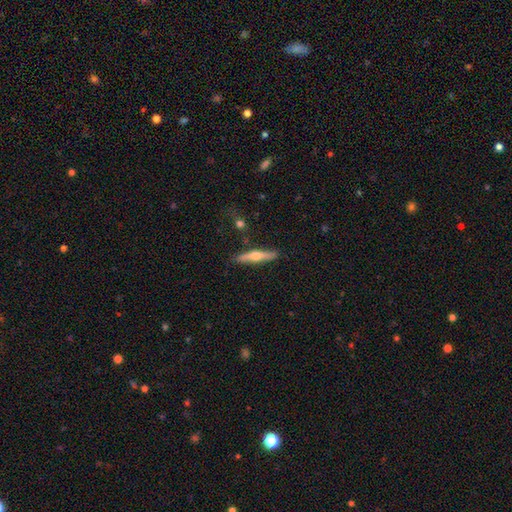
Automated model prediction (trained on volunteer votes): Overall: featured or disk (54%; smooth 40%). Edge-on disk: yes (94%). Edge-on bulge: rounded (91%). Merging: none (84%).